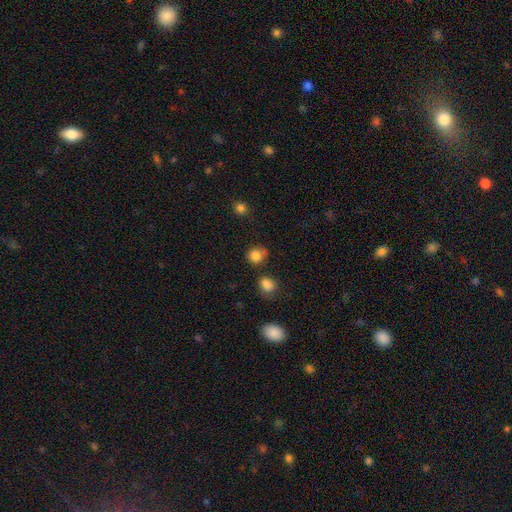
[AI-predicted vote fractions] Morphology: type=smooth (84%); roundness=round (86%); merging=none (72%).